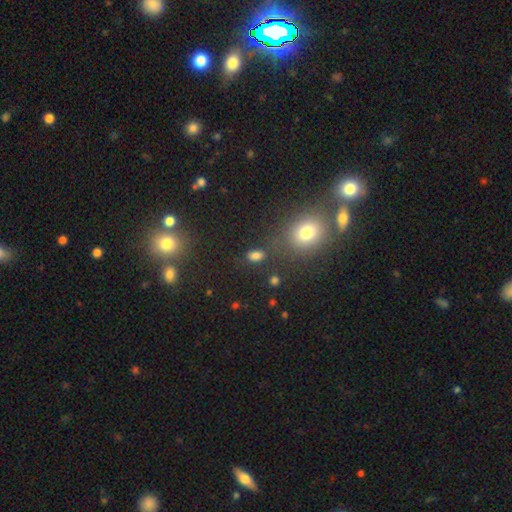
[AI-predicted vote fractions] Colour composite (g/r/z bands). It shows a smooth galaxy with no disk features (78%) that is in between round and cigar-shaped (83%). Merging: none (80%).